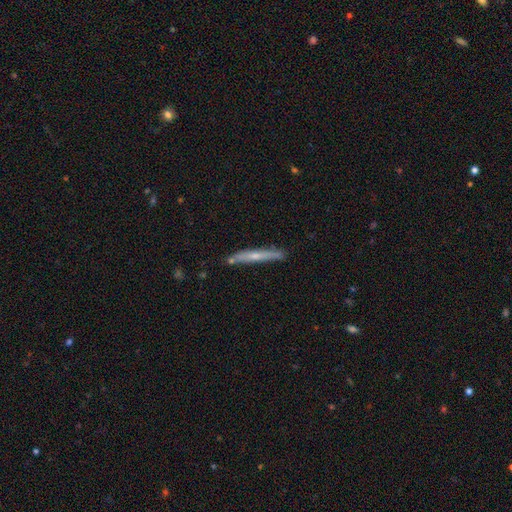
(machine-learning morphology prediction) The model was most divided on "smooth or featured": featured or disk: 52%, smooth: 42%, star or artifact: 6%. More confident: edge-on disk — yes (92%); merging — none (80%).